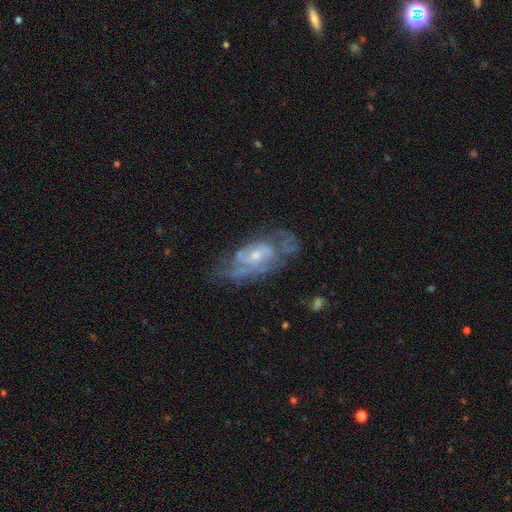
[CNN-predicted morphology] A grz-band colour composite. It shows a featured or disk galaxy (74%) with no bar (68%), tight (41%, tied with medium) spiral arms (75%) and a small central bulge (63%). Merging: none (55%).